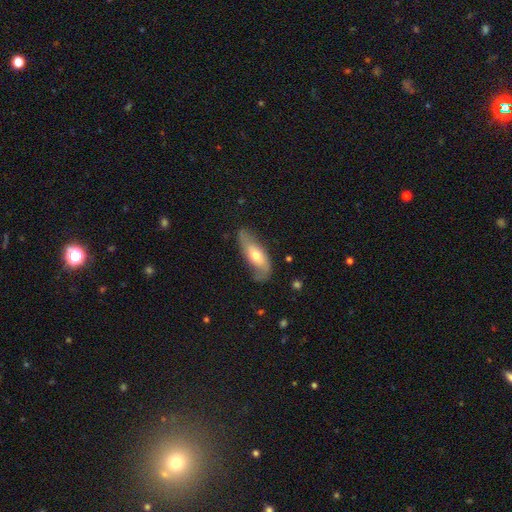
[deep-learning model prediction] Morphology: type=featured or disk (51%); edge-on=no (73%); merging=none (67%).